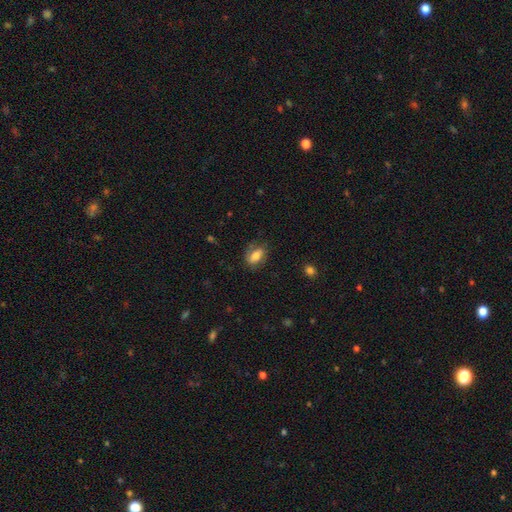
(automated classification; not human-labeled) Smooth or featured? Predicted: smooth (p=0.70). How rounded? Predicted: in between (p=0.85). Merging? Predicted: none (p=0.64).